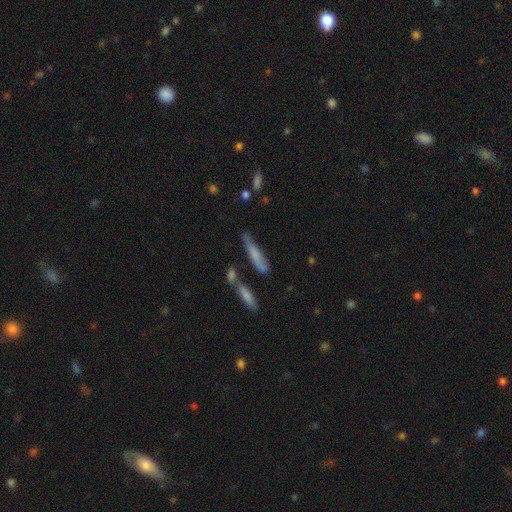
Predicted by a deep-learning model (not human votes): smooth 59%, featured or disk 32%, star or artifact 9%. Down the decision tree: how rounded — cigar-shaped (81%); merging — none (54%).